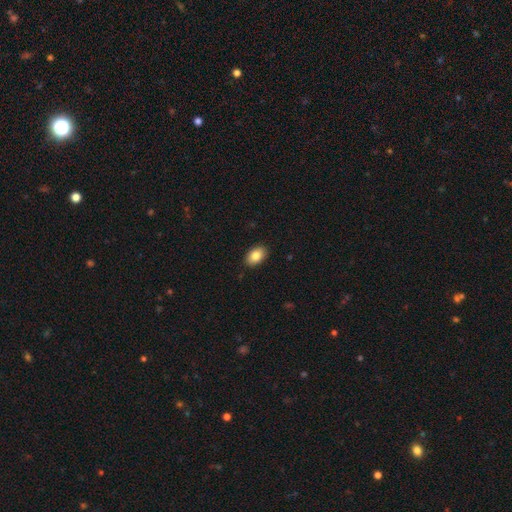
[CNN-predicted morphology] Smooth or featured: smooth — 84% (star or artifact — 8%)
How rounded: in between — 88% (round — 11%)
Merging: none — 89% (minor disturbance — 8%)